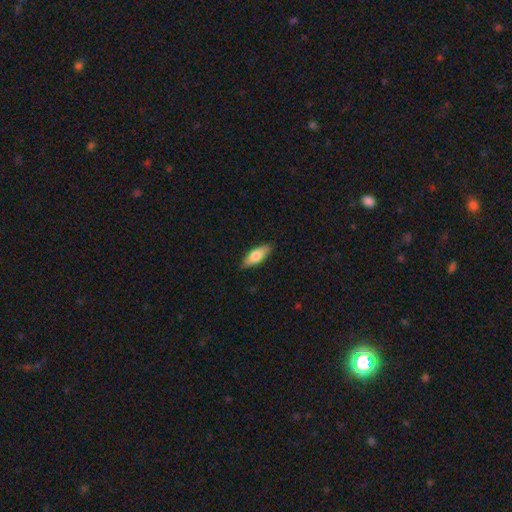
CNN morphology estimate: Overall: smooth (74%). How rounded: in between (70%). Merging: none (87%).